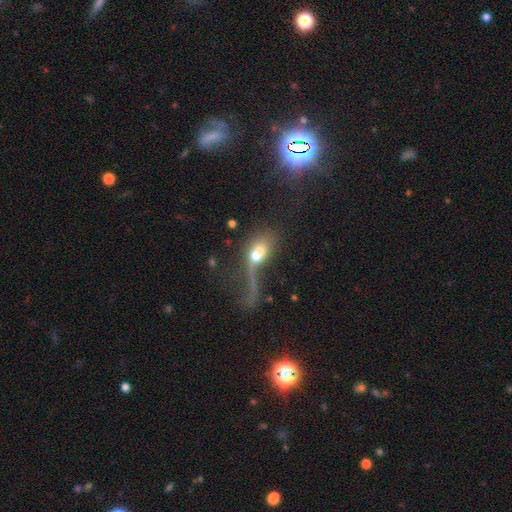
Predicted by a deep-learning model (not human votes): Smooth or featured? Predicted: smooth (p=0.54). How rounded? Predicted: in between (p=0.65). Merging? Predicted: merger (p=0.47).